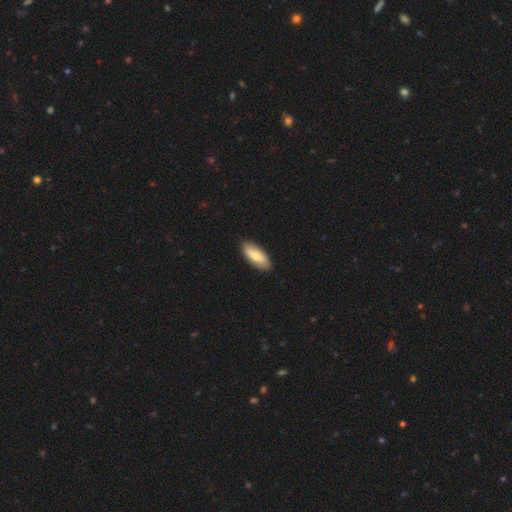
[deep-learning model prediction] Morphology: type=smooth (69%); roundness=in between (84%); merging=none (89%).